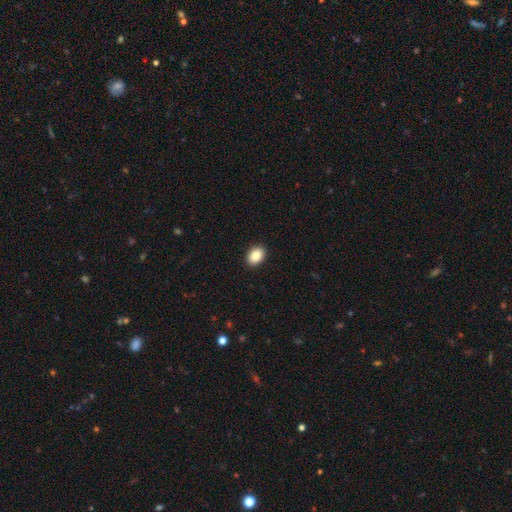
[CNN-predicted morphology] Smooth or featured: smooth — 87% (star or artifact — 8%)
How rounded: in between — 80% (round — 19%)
Merging: none — 92% (minor disturbance — 6%)